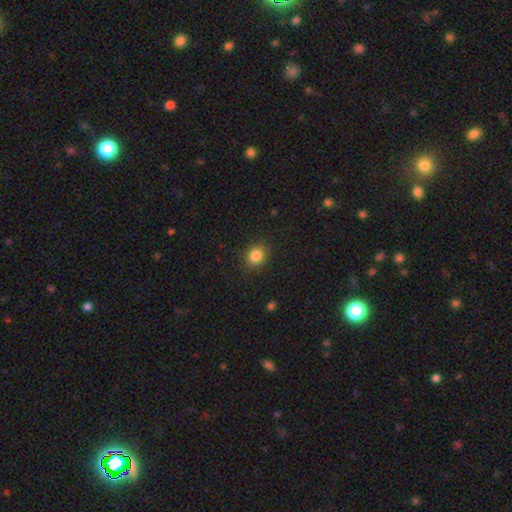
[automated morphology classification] Smooth or featured? Predicted: smooth (p=0.84). How rounded? Predicted: round (p=0.70). Merging? Predicted: none (p=0.88).